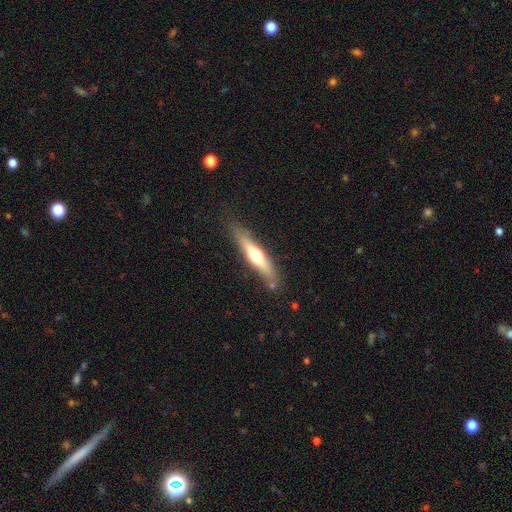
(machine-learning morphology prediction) Overall: featured or disk (51%; smooth 44%). Edge-on disk: yes (91%). Merging: none (80%).